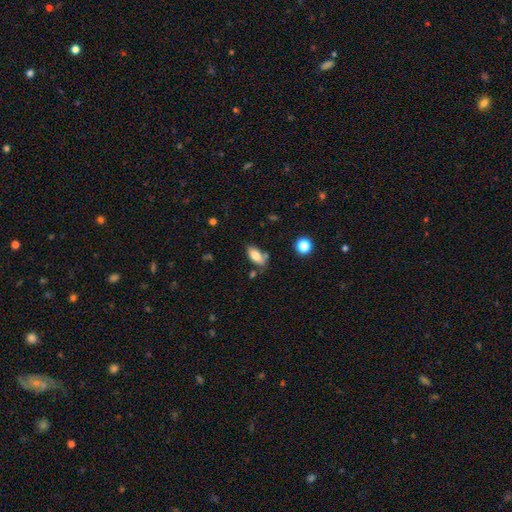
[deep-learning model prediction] Overall: smooth (75%). How rounded: in between (86%). Merging: none (66%).